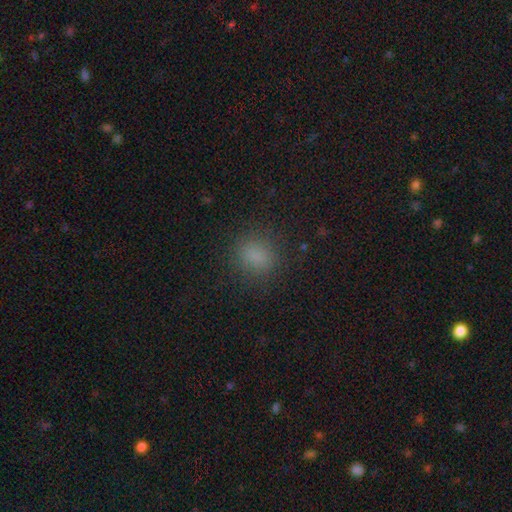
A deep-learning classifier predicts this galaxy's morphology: smooth-or-featured: smooth: 81% | star or artifact: 14% | featured or disk: 5%
  how-rounded: round: 69% | in between: 29% | cigar-shaped: 2%
  merging: none: 85% | minor disturbance: 10% | major disturbance: 4% | merger: 1%